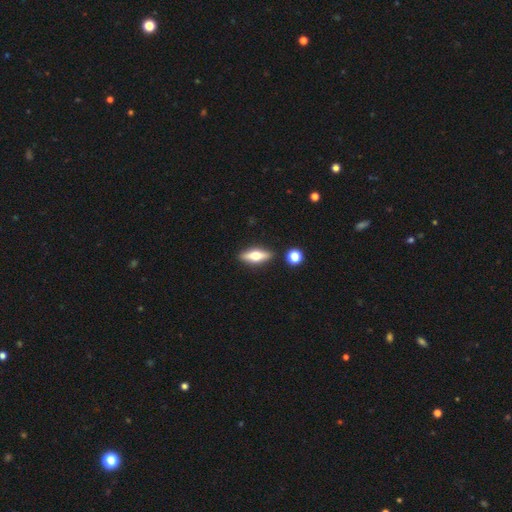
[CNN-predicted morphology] The model was most divided on "smooth or featured": featured or disk: 48%, smooth: 45%, star or artifact: 7%. More confident: merging — none (87%).